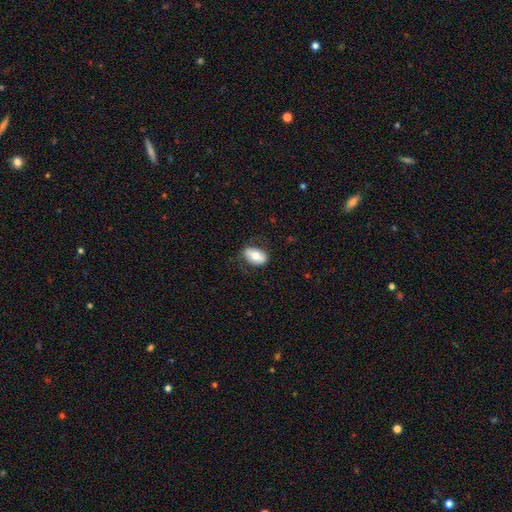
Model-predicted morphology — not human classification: Q: Smooth or featured?
A: smooth (67%); runner-up: featured or disk (26%)
Q: How rounded?
A: in between (90%); runner-up: round (7%)
Q: Merging?
A: none (75%); runner-up: minor disturbance (18%)